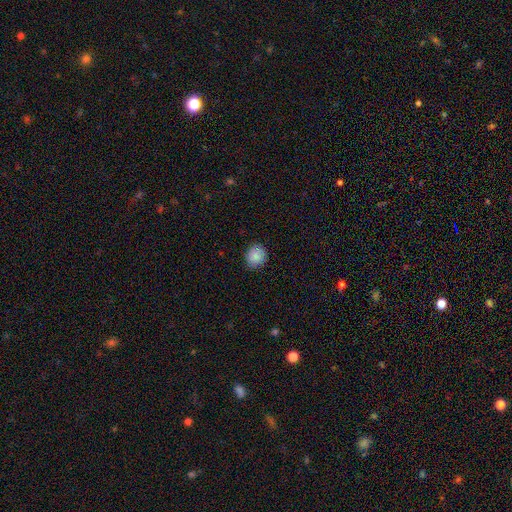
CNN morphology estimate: Smooth or featured: smooth — 88% (star or artifact — 9%)
How rounded: round — 85% (in between — 14%)
Merging: none — 87% (minor disturbance — 10%)